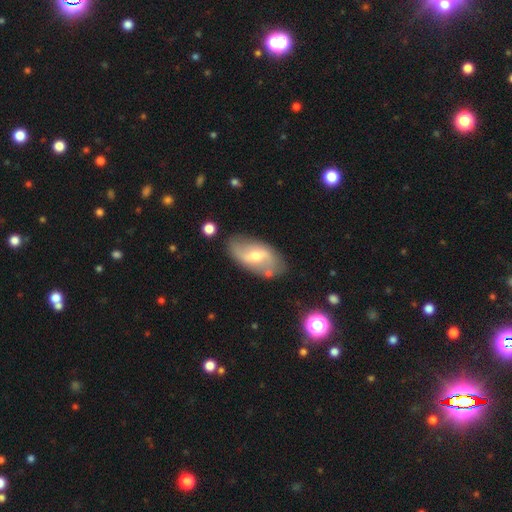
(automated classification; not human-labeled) The model was most divided on "bar": weak: 52%, no: 25%, strong: 23%. More confident: edge-on disk — no (93%); spiral arm count — 2 (86%); spiral arms — yes (81%); merging — none (75%); smooth or featured — featured or disk (68%); spiral winding — loose (67%); bulge size — moderate (61%).